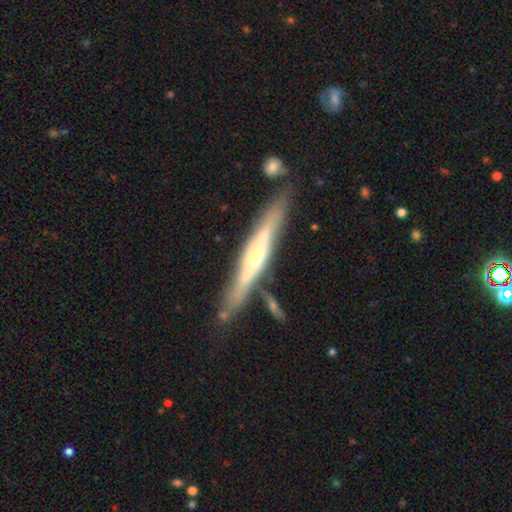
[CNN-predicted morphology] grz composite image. It shows a featured or disk galaxy (70%) viewed edge-on (89%) with a rounded central bulge (77%). Merging: none (78%).